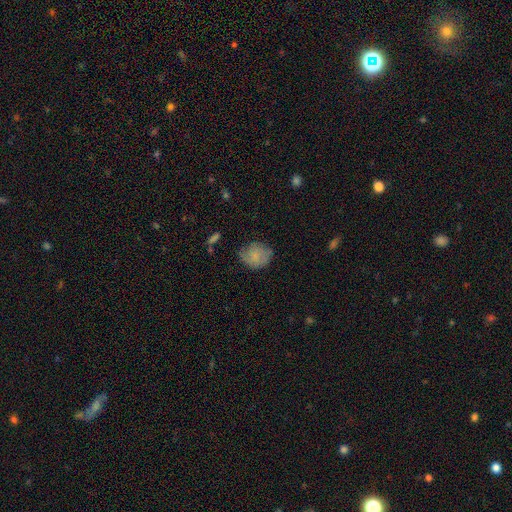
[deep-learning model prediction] smooth_or_featured: smooth (p=0.68) [alt: featured or disk p=0.23]
how_rounded: round (p=0.70) [alt: in between p=0.29]
merging: none (p=0.66) [alt: minor disturbance p=0.24]